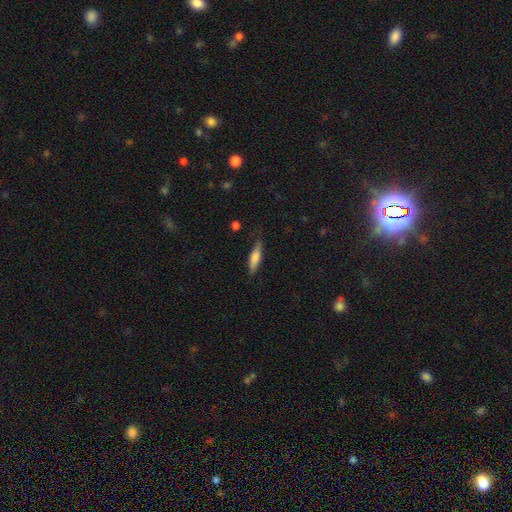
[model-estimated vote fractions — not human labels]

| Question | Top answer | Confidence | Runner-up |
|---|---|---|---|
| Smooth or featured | smooth | 73% | featured or disk (20%) |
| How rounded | cigar-shaped | 67% | in between (32%) |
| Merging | none | 73% | minor disturbance (20%) |